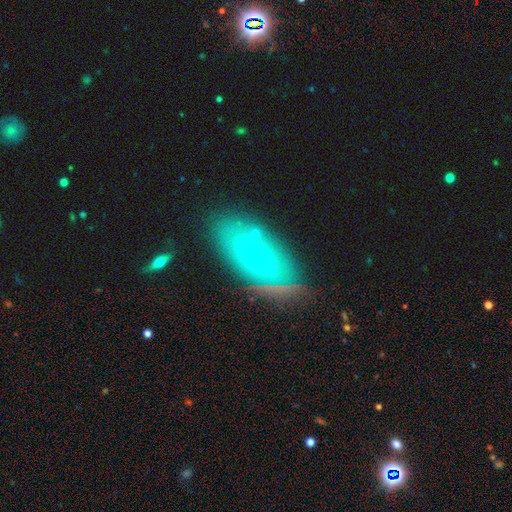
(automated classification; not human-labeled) Overall: smooth (55%; featured or disk 34%). How rounded: in between (88%). Merging: none (76%).